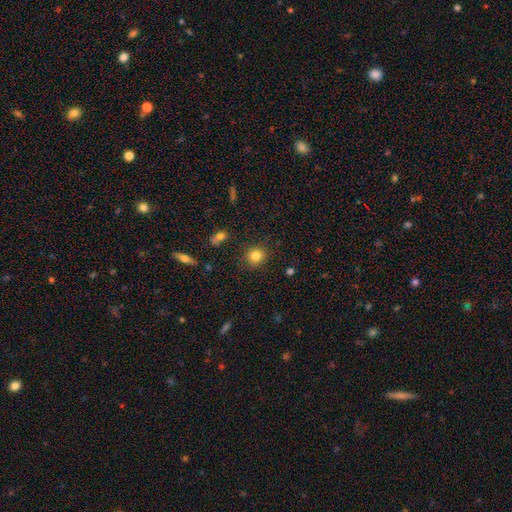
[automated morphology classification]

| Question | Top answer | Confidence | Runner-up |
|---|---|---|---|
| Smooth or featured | smooth | 83% | star or artifact (11%) |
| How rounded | round | 86% | in between (13%) |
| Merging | none | 87% | minor disturbance (9%) |